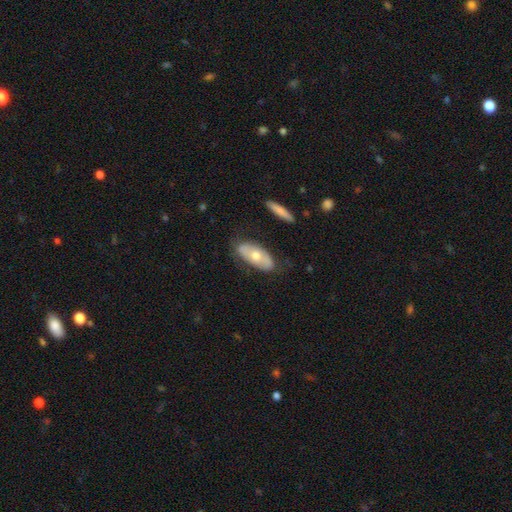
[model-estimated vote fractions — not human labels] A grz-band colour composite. It shows a smooth galaxy with no disk features (52%) that is in between round and cigar-shaped (87%). Merging: none (75%).